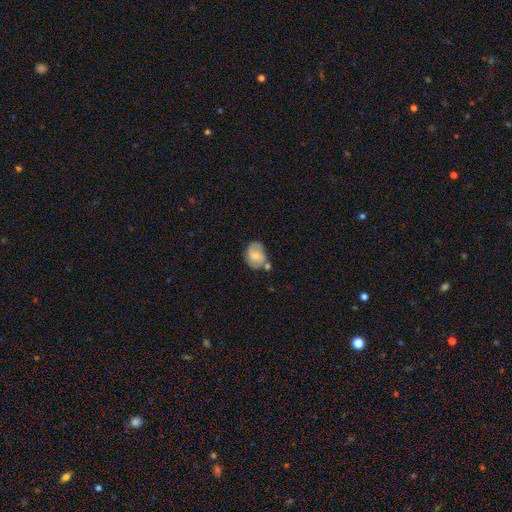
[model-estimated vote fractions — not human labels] Smooth or featured?
  - smooth: 56% *
  - featured or disk: 37%
  - star or artifact: 8%
How rounded?
  - in between: 62% *
  - round: 37%
  - cigar-shaped: 1%
Merging?
  - none: 50% *
  - minor disturbance: 24%
  - merger: 18%
  - major disturbance: 7%